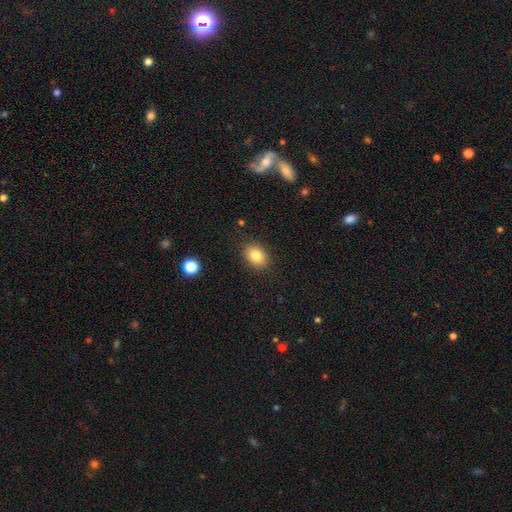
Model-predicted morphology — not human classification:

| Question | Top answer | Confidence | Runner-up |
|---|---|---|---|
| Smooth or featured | smooth | 82% | star or artifact (10%) |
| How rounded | in between | 68% | round (31%) |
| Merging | none | 87% | minor disturbance (9%) |